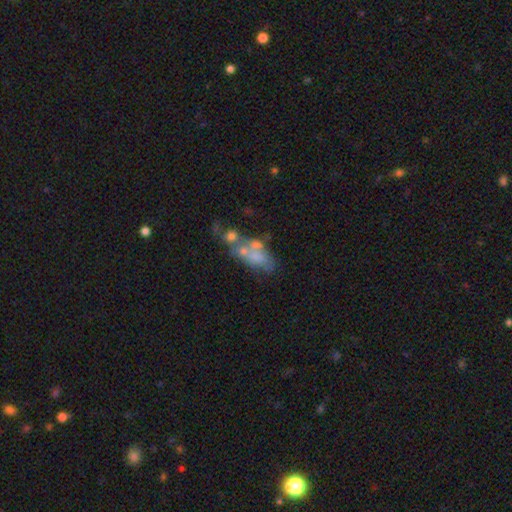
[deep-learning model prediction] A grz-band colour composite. It shows a smooth galaxy with no disk features (45%). Merging: merger (44%).